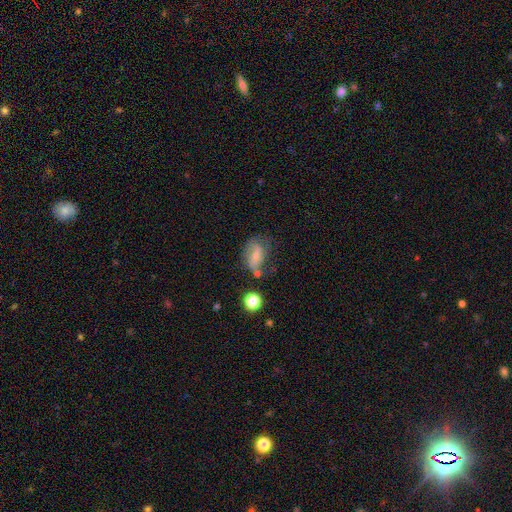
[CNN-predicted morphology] Smooth or featured? Predicted: smooth (p=0.53). How rounded? Predicted: in between (p=0.79). Merging? Predicted: none (p=0.37).